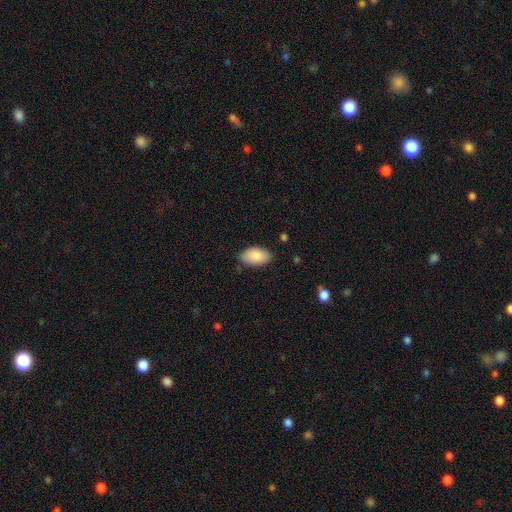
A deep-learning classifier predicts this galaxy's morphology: Smooth or featured: smooth — 86% (featured or disk — 7%)
How rounded: in between — 95% (round — 4%)
Merging: none — 79% (minor disturbance — 17%)